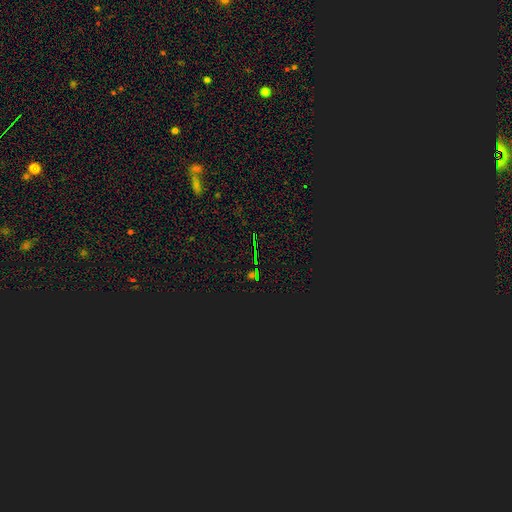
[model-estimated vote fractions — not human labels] Q: Smooth or featured?
A: star or artifact (78%); runner-up: smooth (13%)